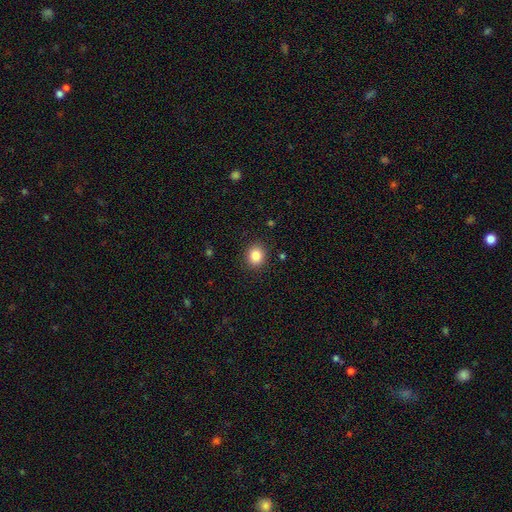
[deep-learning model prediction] The model was most divided on "how rounded": round: 75%, in between: 24%, cigar-shaped: 1%. More confident: merging — none (90%); smooth or featured — smooth (85%).